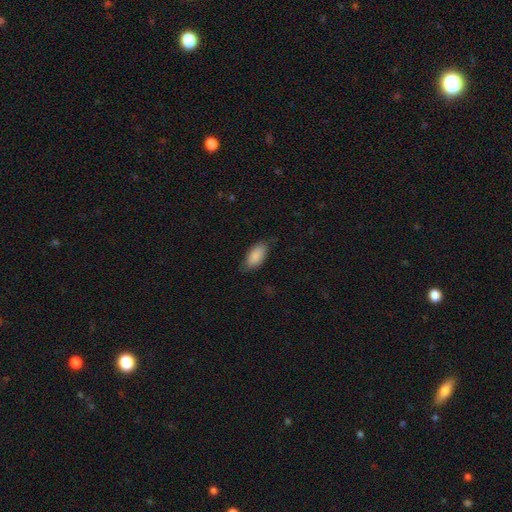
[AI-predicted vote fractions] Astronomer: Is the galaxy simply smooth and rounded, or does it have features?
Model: smooth — 87%.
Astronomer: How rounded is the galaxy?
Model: in between — 92%.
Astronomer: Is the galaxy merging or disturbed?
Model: none — 73%.